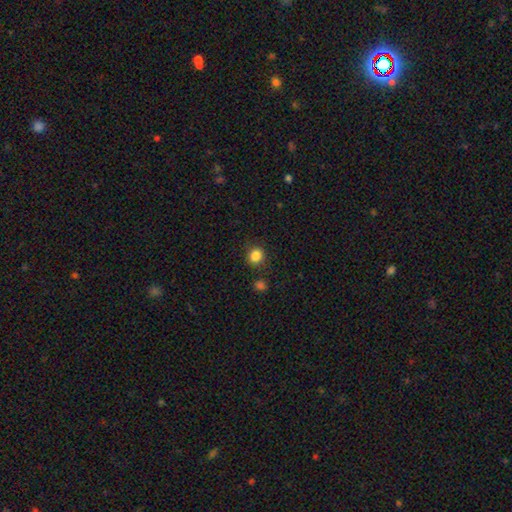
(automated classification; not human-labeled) smooth-or-featured: smooth: 85% | star or artifact: 11% | featured or disk: 4%
  how-rounded: round: 85% | in between: 15% | cigar-shaped: 1%
  merging: none: 86% | minor disturbance: 8% | merger: 3% | major disturbance: 3%